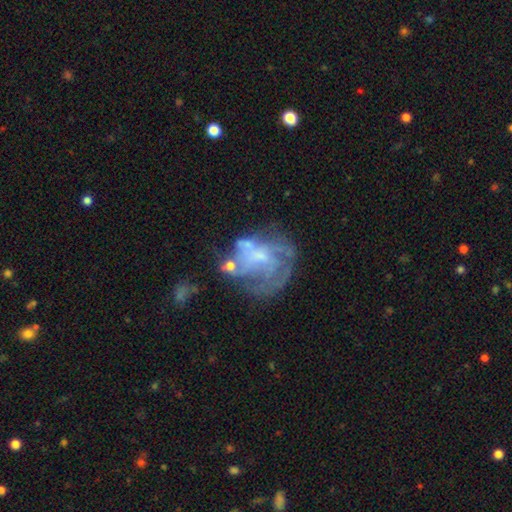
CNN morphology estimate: The model was most divided on "bulge size": small: 38%, none: 36%, moderate: 23%, large: 3%, dominant: 1%. Remaining: edge-on disk — no (98%); smooth or featured — featured or disk (69%); bar — no (68%); spiral arms — yes (57%); merging — none (39%).